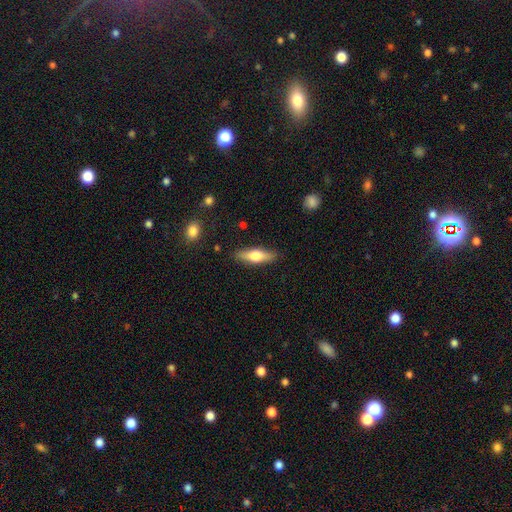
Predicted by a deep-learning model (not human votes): smooth_or_featured: smooth (p=0.52) [alt: featured or disk p=0.42]
how_rounded: cigar-shaped (p=0.58) [alt: in between p=0.39]
merging: none (p=0.87) [alt: minor disturbance p=0.10]